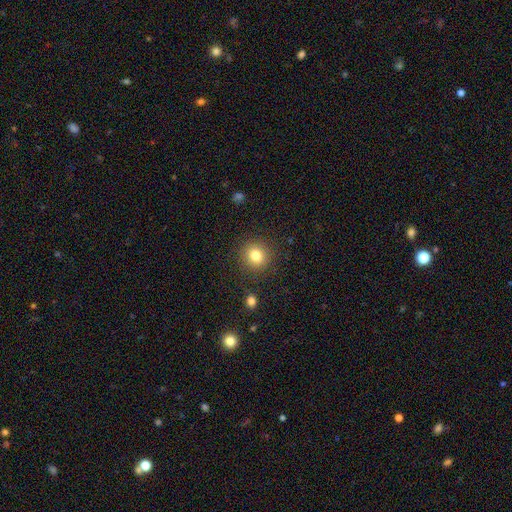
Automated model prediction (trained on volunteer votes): smooth-or-featured: smooth: 81% | star or artifact: 12% | featured or disk: 7%
  how-rounded: round: 87% | in between: 12% | cigar-shaped: 1%
  merging: none: 88% | minor disturbance: 7% | major disturbance: 3% | merger: 2%